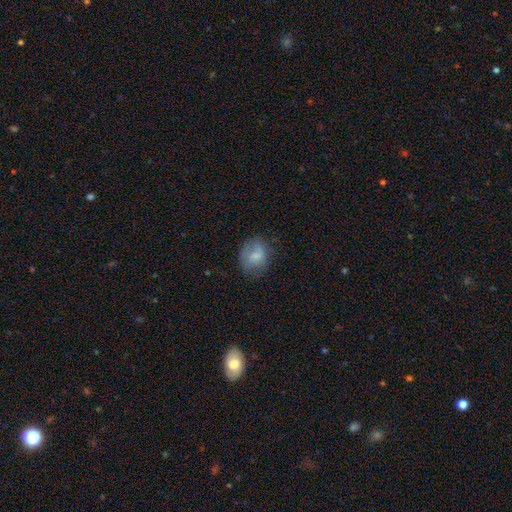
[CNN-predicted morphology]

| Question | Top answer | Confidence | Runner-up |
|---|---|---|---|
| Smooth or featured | smooth | 72% | featured or disk (20%) |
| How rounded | round | 57% | in between (42%) |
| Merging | none | 62% | minor disturbance (25%) |